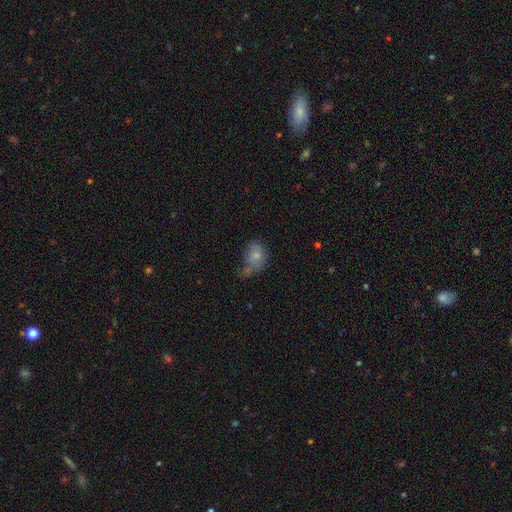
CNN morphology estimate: A smooth galaxy with no disk features (70%) that is in between round and cigar-shaped (70%). Merging: minor disturbance (29%).